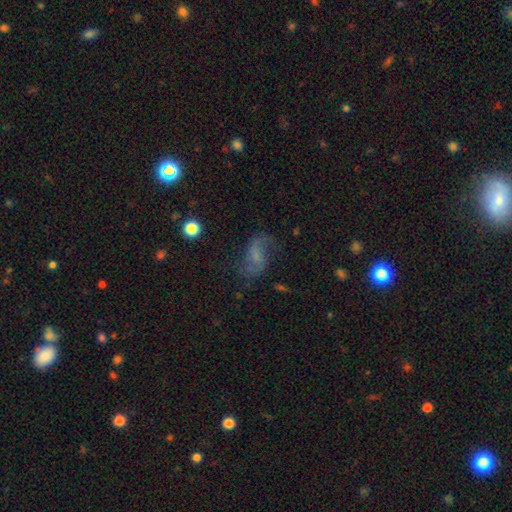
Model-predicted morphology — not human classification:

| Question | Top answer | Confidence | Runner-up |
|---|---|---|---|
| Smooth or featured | featured or disk | 59% | smooth (27%) |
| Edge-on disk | no | 96% | yes (4%) |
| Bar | weak | 42% | tied: no (42%) |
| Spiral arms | yes | 85% | no (15%) |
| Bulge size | none | 44% | small (34%) |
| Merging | none | 59% | minor disturbance (20%) |